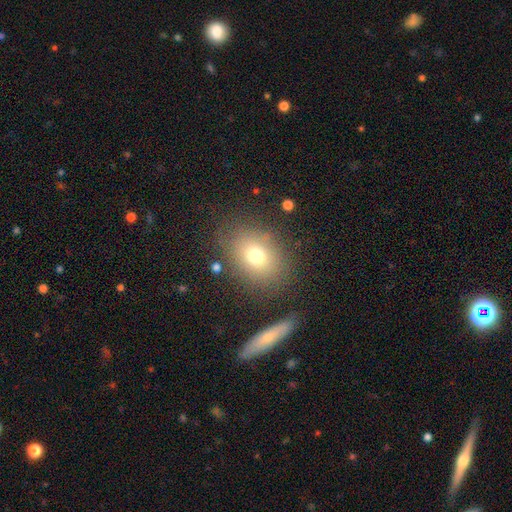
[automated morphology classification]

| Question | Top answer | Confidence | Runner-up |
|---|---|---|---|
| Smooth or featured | smooth | 73% | featured or disk (14%) |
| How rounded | in between | 54% | round (45%) |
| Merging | none | 79% | minor disturbance (11%) |